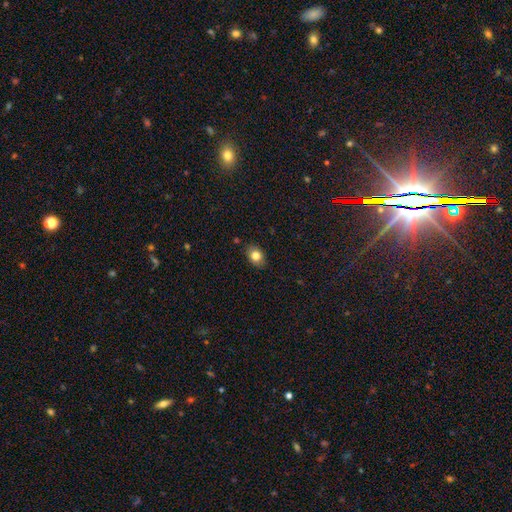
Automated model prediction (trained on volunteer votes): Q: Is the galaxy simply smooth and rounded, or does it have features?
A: smooth — 81%.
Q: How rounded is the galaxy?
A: in between — 74%.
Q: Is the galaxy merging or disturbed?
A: none — 85%.